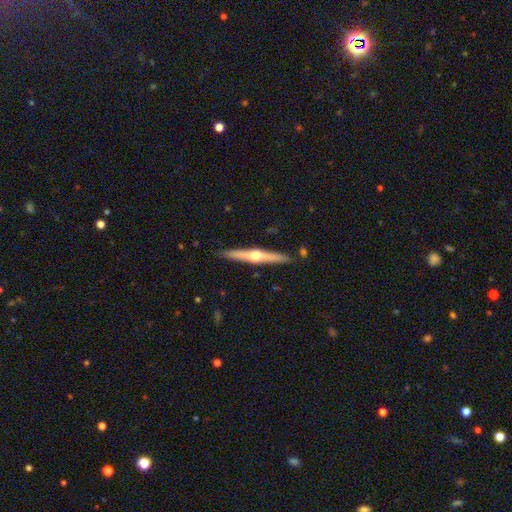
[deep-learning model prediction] This appears to be a featured or disk galaxy (73%) viewed edge-on (98%) with a rounded central bulge (94%). Merging: none (90%).